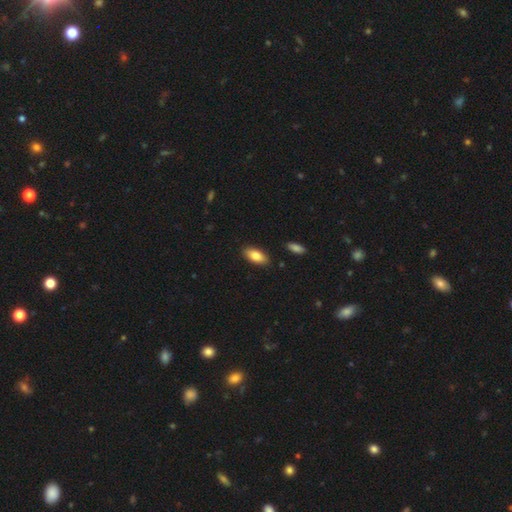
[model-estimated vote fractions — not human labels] smooth_or_featured: smooth (p=0.82) [alt: featured or disk p=0.11]
how_rounded: in between (p=0.90) [alt: cigar-shaped p=0.07]
merging: none (p=0.87) [alt: minor disturbance p=0.09]